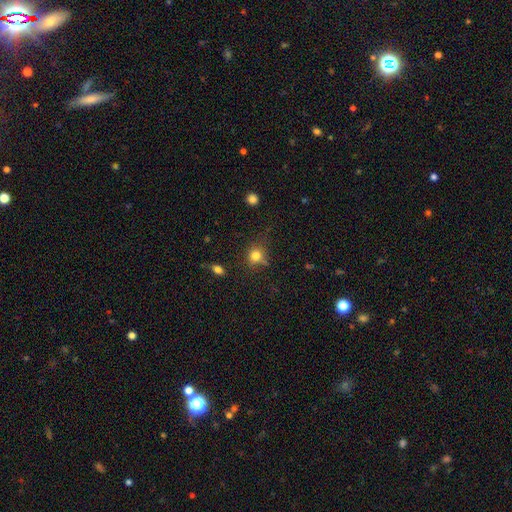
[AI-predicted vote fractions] Smooth or featured: smooth — 78% (star or artifact — 14%)
How rounded: round — 77% (in between — 22%)
Merging: none — 68% (minor disturbance — 19%)